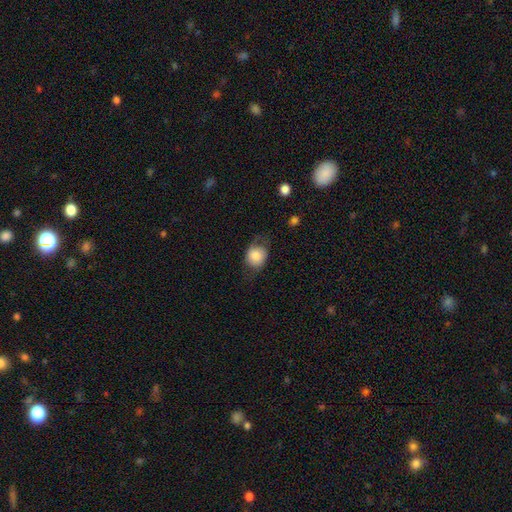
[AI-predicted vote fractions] smooth_or_featured: smooth (p=0.77) [alt: featured or disk p=0.16]
how_rounded: round (p=0.59) [alt: in between p=0.40]
merging: none (p=0.56) [alt: minor disturbance p=0.28]